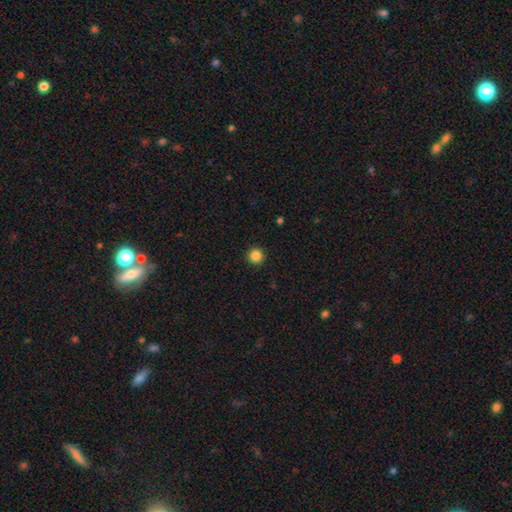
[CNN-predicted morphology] A smooth galaxy with no disk features (86%) that is round (96%).

Vote fractions:
- Smooth or featured? smooth: 86% / star or artifact: 11% / featured or disk: 3%
- How rounded? round: 96% / in between: 3% / cigar-shaped: 1%
- Merging? none: 93% / minor disturbance: 5% / major disturbance: 2% / merger: 1%